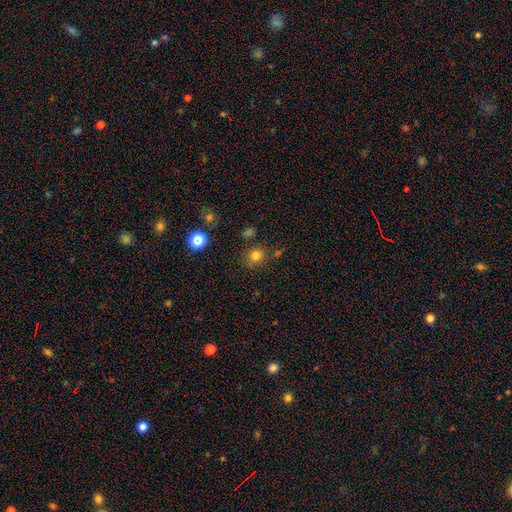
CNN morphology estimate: A smooth galaxy with no disk features (78%) that is round (77%). Merging: none (78%).